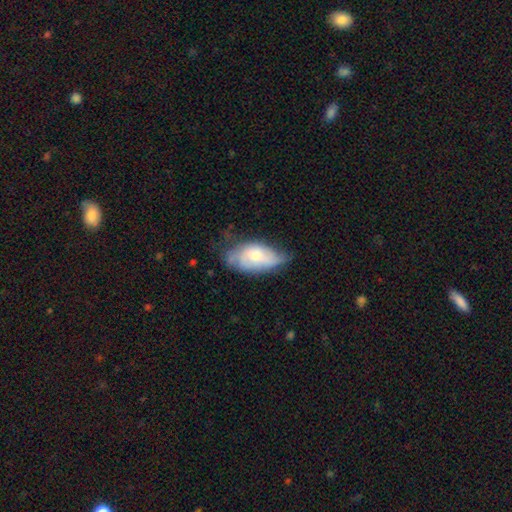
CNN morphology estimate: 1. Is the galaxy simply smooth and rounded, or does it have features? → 51% featured or disk, 43% smooth, 7% star or artifact.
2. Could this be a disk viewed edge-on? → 92% no, 8% yes.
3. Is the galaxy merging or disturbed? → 43% none, 40% minor disturbance, 15% major disturbance, 2% merger.